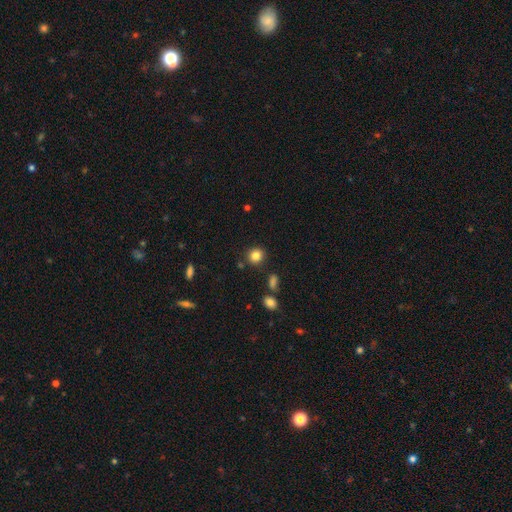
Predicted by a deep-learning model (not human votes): A smooth galaxy with no disk features (84%) that is round (85%).

Vote fractions:
- Smooth or featured? smooth: 84% / star or artifact: 11% / featured or disk: 5%
- How rounded? round: 85% / in between: 14% / cigar-shaped: 1%
- Merging? none: 87% / minor disturbance: 7% / merger: 3% / major disturbance: 2%